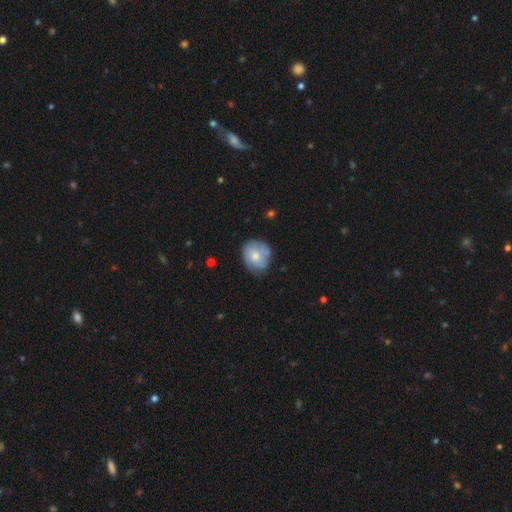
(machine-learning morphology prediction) smooth 65%, featured or disk 28%, star or artifact 7%. Down the decision tree: how rounded — round (63%); merging — none (62%).